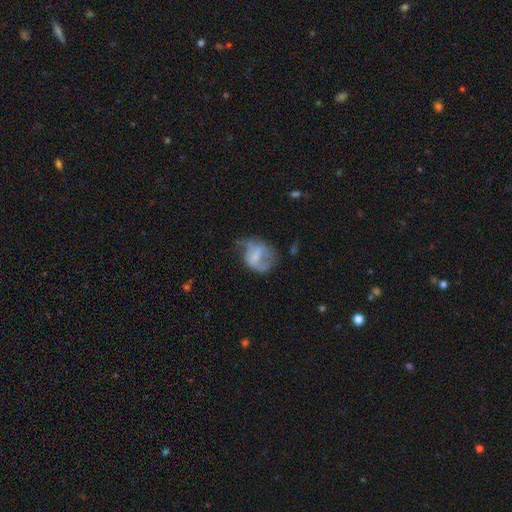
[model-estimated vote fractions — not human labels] Morphology: type=featured or disk (51%); edge-on=no (97%); merging=none (37%).